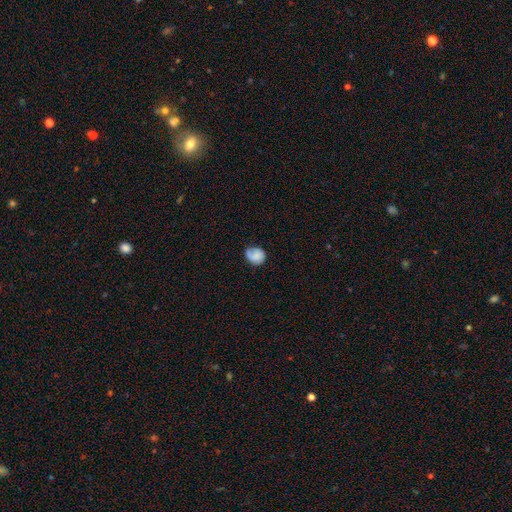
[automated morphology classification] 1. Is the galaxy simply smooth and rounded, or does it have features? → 66% smooth, 26% featured or disk, 8% star or artifact.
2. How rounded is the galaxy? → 71% round, 28% in between, 1% cigar-shaped.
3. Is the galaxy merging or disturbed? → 62% none, 26% minor disturbance, 10% major disturbance, 2% merger.